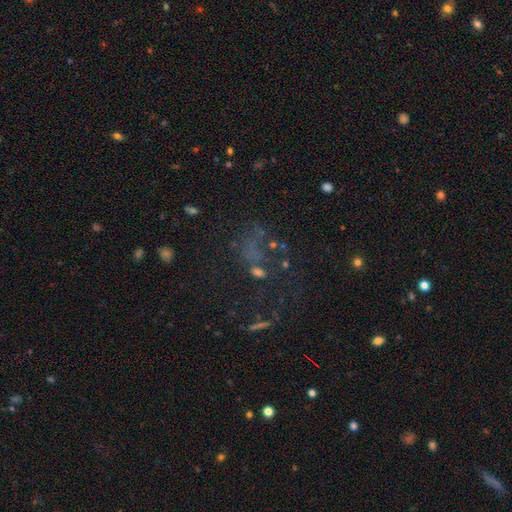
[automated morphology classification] This appears to be a star or artifact, not a galaxy (43%).